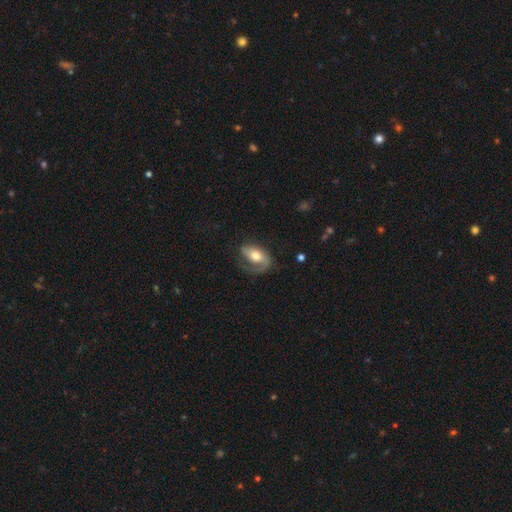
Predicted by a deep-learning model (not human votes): Overall: featured or disk (58%; smooth 35%). Edge-on disk: no (94%). Bar: no (59%; weak 28%). Spiral arms: yes (82%). Bulge size: moderate (63%). Merging: none (45%; major disturbance 30%).